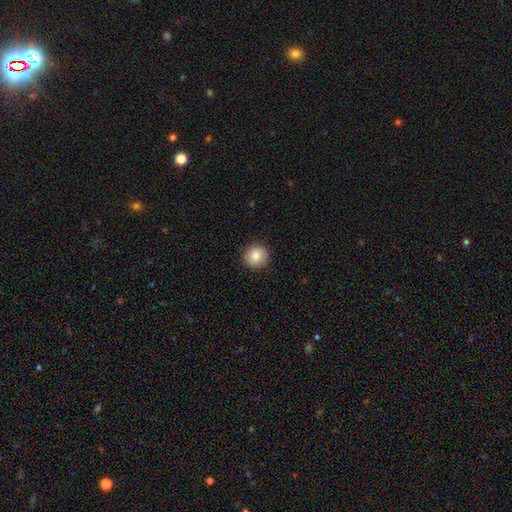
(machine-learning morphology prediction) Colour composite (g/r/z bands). It shows a smooth galaxy with no disk features (83%) that is round (94%). Merging: none (91%).